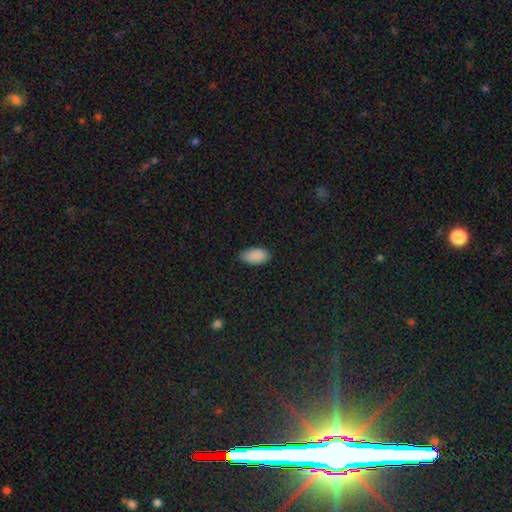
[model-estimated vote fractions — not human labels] Smooth or featured?
  - smooth: 89% *
  - star or artifact: 8%
  - featured or disk: 3%
How rounded?
  - in between: 95% *
  - round: 3%
  - cigar-shaped: 2%
Merging?
  - none: 78% *
  - minor disturbance: 18%
  - major disturbance: 3%
  - merger: 1%